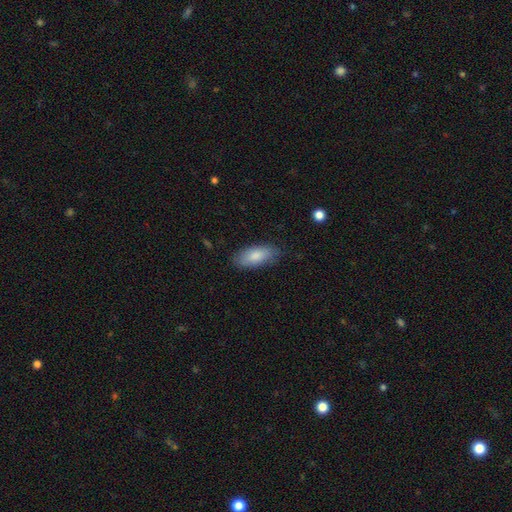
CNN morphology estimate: This is clearly a smooth galaxy (84%). How rounded: clearly in between (87%). Merging: clearly none (80%).